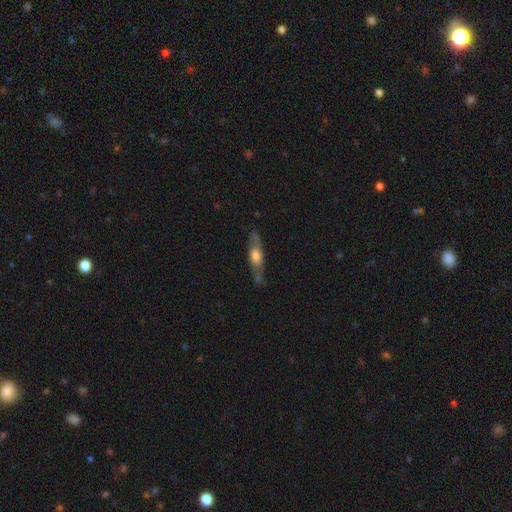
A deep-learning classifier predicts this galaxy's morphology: A featured or disk galaxy (53%) viewed edge-on (71%). Merging: none (76%).